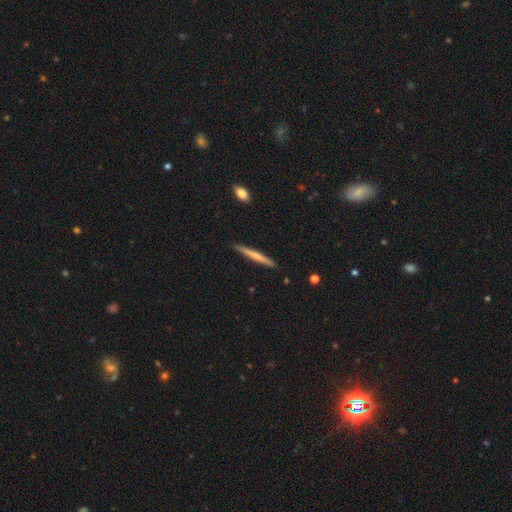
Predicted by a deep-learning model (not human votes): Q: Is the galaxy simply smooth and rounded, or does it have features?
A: smooth — 55%.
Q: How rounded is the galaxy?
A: cigar-shaped — 96%.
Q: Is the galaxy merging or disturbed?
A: none — 89%.